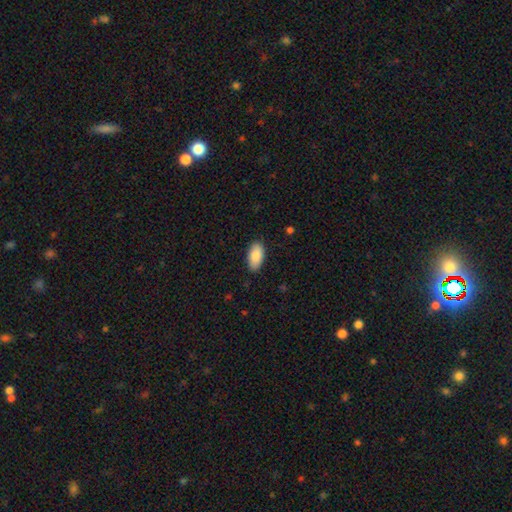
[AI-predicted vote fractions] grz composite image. It shows a smooth galaxy with no disk features (87%) that is in between round and cigar-shaped (94%). Merging: none (87%).